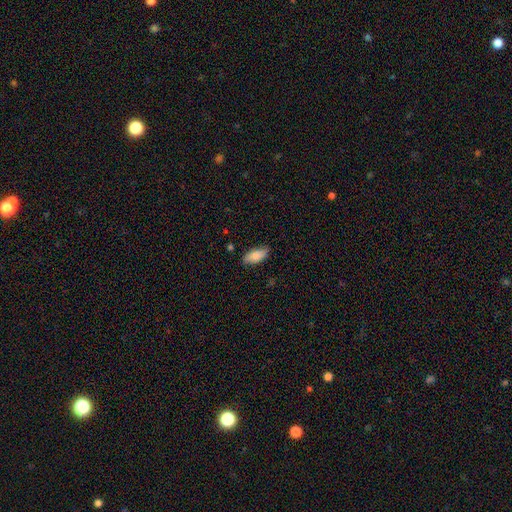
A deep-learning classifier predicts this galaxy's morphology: Smooth or featured? Predicted: smooth (p=0.83). How rounded? Predicted: in between (p=0.87). Merging? Predicted: none (p=0.80).